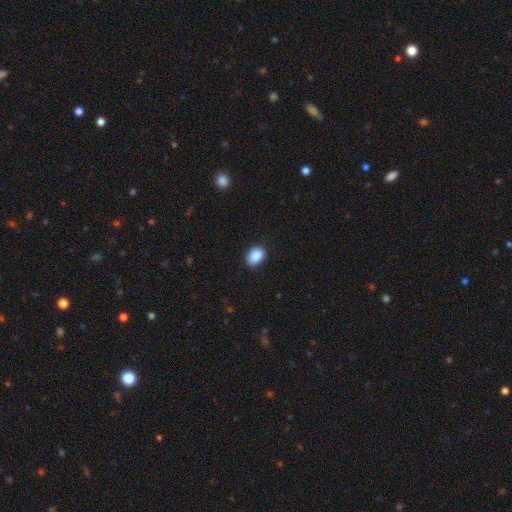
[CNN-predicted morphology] smooth 88%, star or artifact 8%, featured or disk 4%. Down the decision tree: how rounded — in between (70%); merging — none (89%).